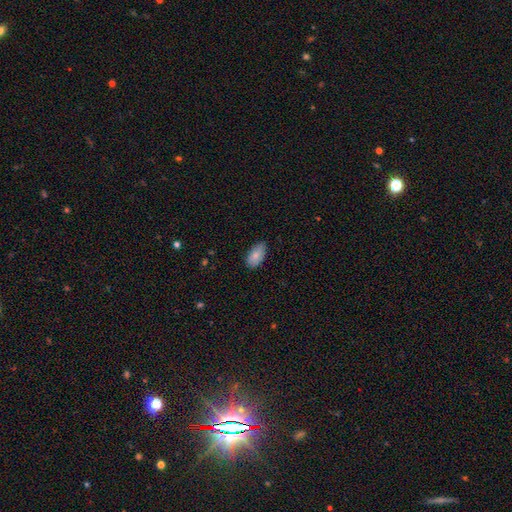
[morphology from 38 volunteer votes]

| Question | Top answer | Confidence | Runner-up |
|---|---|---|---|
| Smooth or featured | smooth | 79% | featured or disk (16%) |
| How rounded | in between | 90% | round (7%) |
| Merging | none | 53% | minor disturbance (47%) |